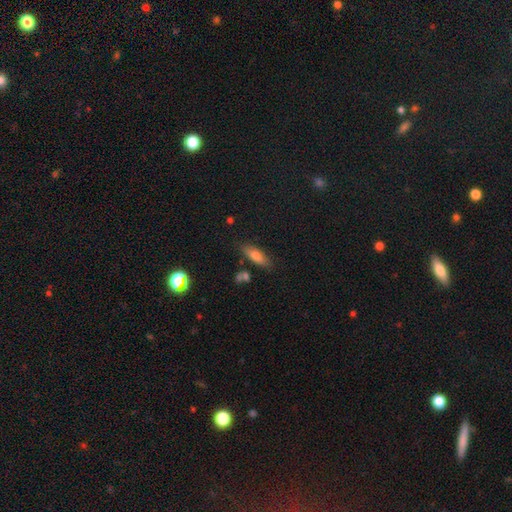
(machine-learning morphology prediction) A smooth galaxy with no disk features (73%) that is in between round and cigar-shaped (59%). Merging: none (79%).